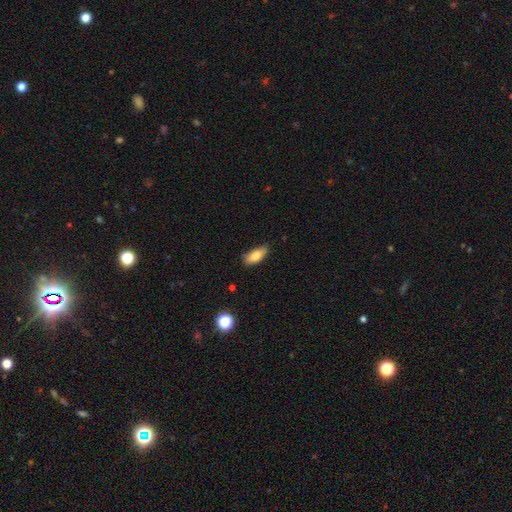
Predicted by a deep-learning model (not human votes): Q: Smooth or featured?
A: smooth (79%); runner-up: featured or disk (13%)
Q: How rounded?
A: in between (82%); runner-up: cigar-shaped (15%)
Q: Merging?
A: none (69%); runner-up: minor disturbance (25%)